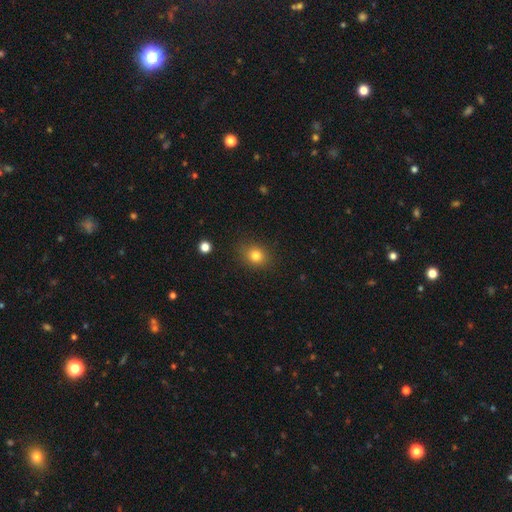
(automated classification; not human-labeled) smooth_or_featured: smooth (p=0.81) [alt: star or artifact p=0.12]
how_rounded: round (p=0.64) [alt: in between p=0.35]
merging: none (p=0.86) [alt: minor disturbance p=0.10]